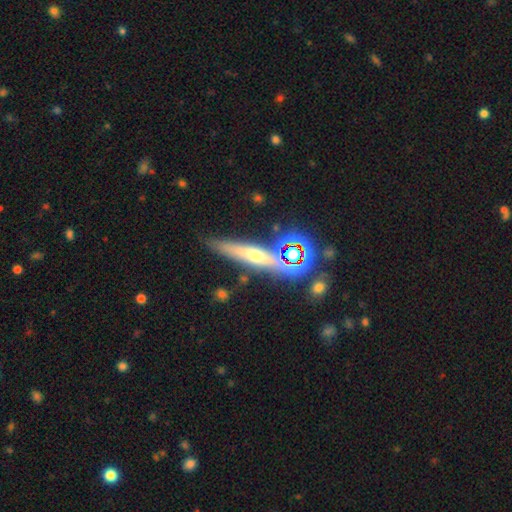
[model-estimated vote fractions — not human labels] smooth-or-featured: featured or disk: 45% | smooth: 35% | star or artifact: 20%
  merging: none: 77% | minor disturbance: 13% | merger: 6% | major disturbance: 4%